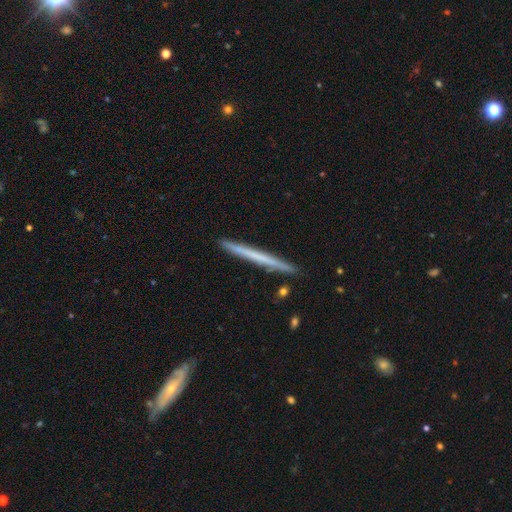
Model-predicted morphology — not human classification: Q: Smooth or featured?
A: smooth (50%); runner-up: featured or disk (45%)
Q: Merging?
A: none (92%); runner-up: minor disturbance (6%)